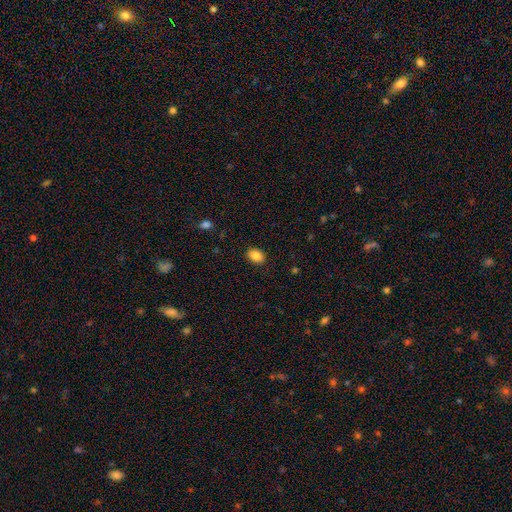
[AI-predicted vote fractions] A smooth galaxy with no disk features (86%) that is in between round and cigar-shaped (75%). Merging: none (89%).